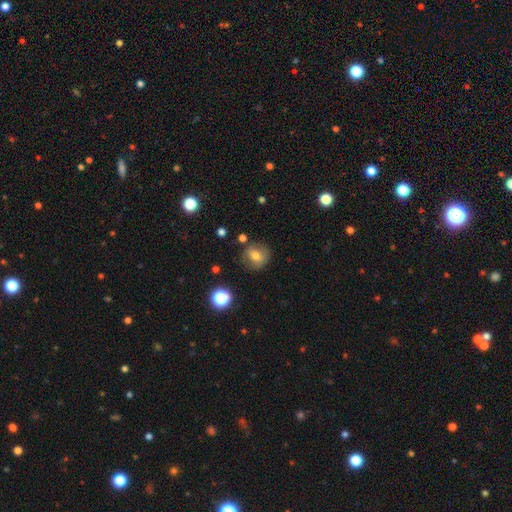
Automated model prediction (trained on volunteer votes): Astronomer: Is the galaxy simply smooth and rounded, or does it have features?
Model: smooth — 65%.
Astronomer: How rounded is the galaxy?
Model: round — 80%.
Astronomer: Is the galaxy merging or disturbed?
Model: none — 74%.